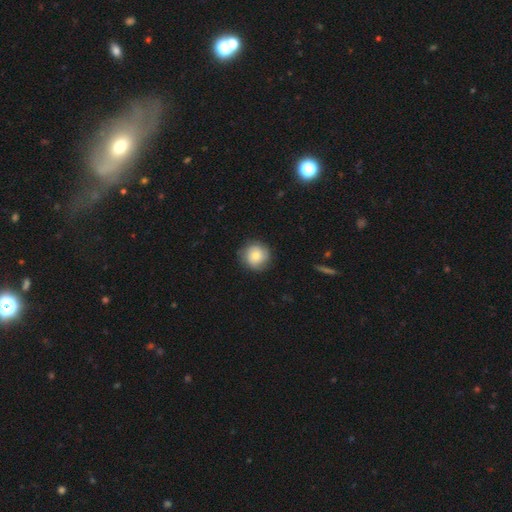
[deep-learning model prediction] A smooth galaxy with no disk features (67%) that is round (93%). Merging: none (83%).